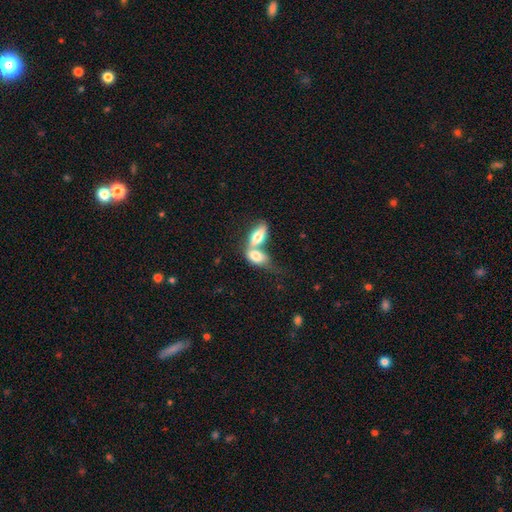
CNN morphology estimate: Smooth or featured? smooth (73%)
How rounded? in between (85%)
Merging? merger (74%)